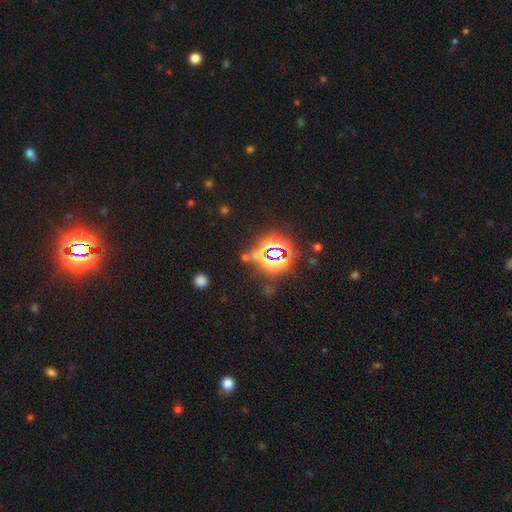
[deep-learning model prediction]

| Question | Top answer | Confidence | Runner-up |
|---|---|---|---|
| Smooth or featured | star or artifact | 74% | smooth (18%) |